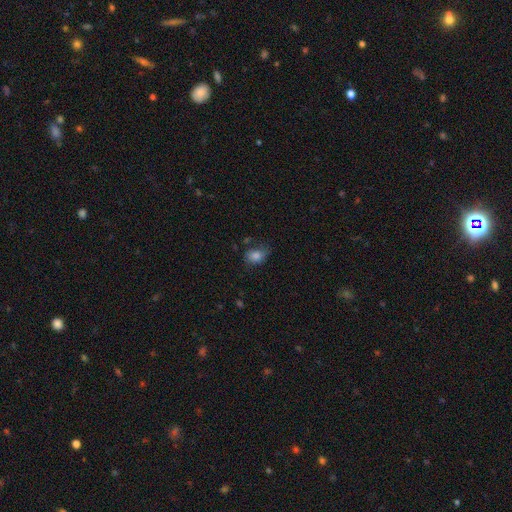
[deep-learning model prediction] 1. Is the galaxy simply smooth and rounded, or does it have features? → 76% smooth, 13% featured or disk, 11% star or artifact.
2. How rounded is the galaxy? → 59% in between, 40% round, 1% cigar-shaped.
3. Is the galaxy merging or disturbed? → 52% none, 29% minor disturbance, 16% major disturbance, 4% merger.